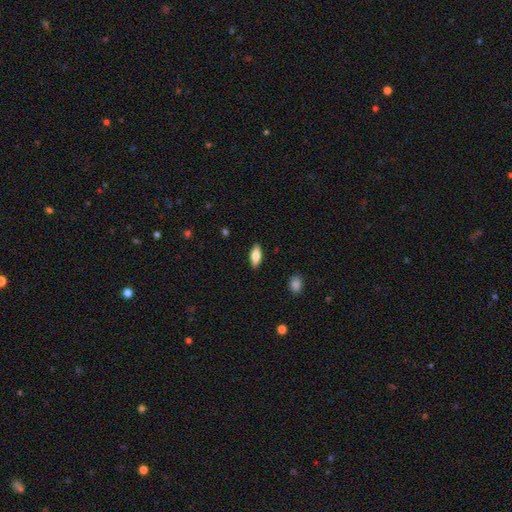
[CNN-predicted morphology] Q: Smooth or featured?
A: smooth (75%); runner-up: featured or disk (18%)
Q: How rounded?
A: in between (77%); runner-up: cigar-shaped (21%)
Q: Merging?
A: none (89%); runner-up: minor disturbance (8%)